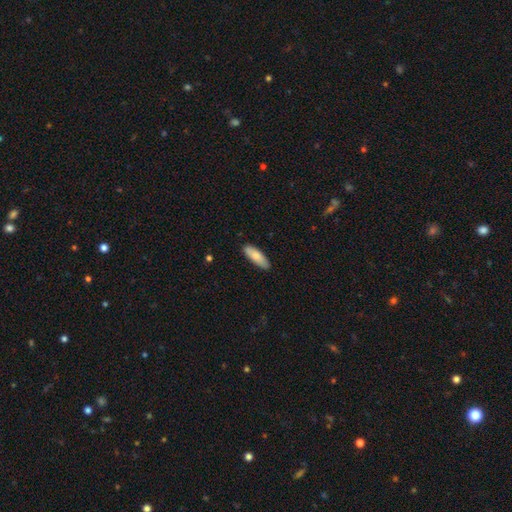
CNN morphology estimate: type=smooth (81%); roundness=in between (55%); merging=none (87%).